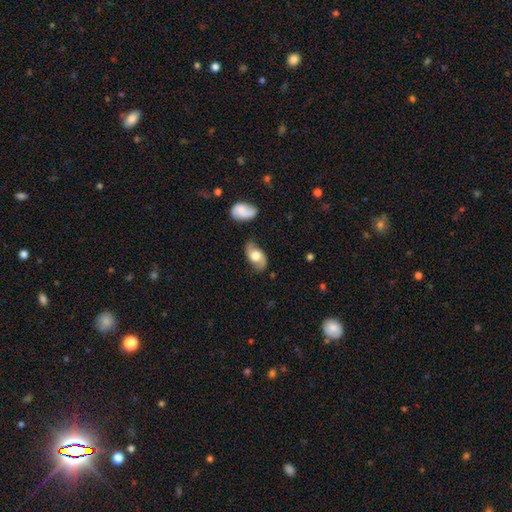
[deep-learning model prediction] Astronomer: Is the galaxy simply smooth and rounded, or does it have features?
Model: featured or disk — 53% (runner-up: smooth, 41%).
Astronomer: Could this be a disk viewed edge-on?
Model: no — 91%.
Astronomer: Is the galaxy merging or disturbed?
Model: none — 71%.